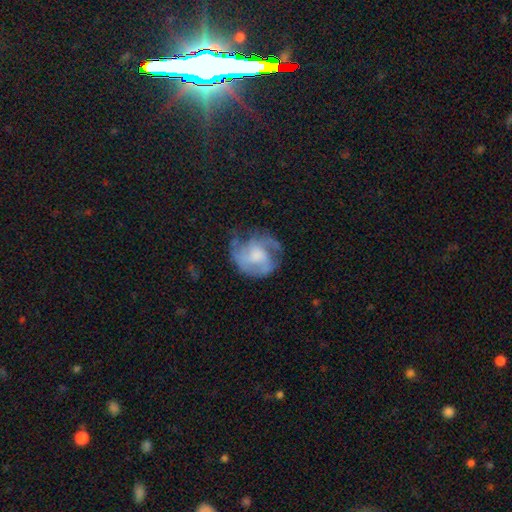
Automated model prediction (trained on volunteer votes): This appears to be a featured or disk galaxy (67%) with no bar (64%), 3 (29%, tied with can't tell) medium (45%) spiral arms (81%) and a moderate central bulge (41%). Merging: none (52%).